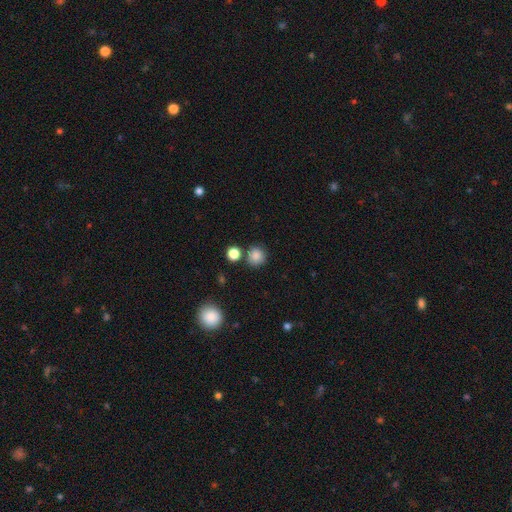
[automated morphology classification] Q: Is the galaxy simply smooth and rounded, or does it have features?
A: smooth — 85%.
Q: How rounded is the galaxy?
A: round — 90%.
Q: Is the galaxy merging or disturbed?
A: none — 79%.